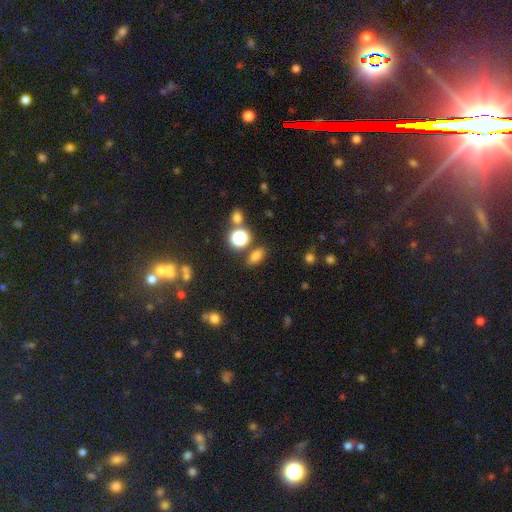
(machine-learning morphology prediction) This is likely a smooth galaxy (74%). How rounded: likely in between (76%). Merging: likely none (78%).